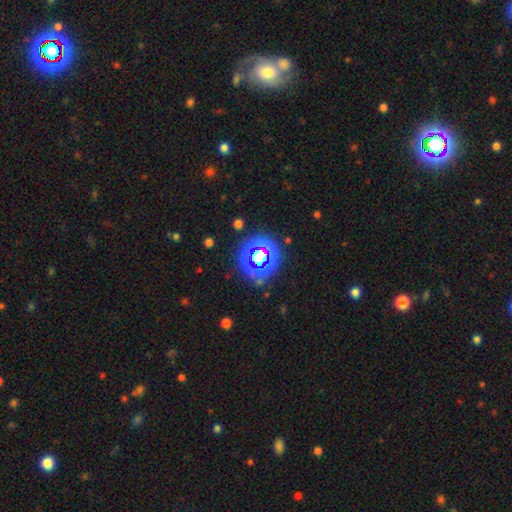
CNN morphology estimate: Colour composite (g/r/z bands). It shows a star or artifact, not a galaxy (59%).